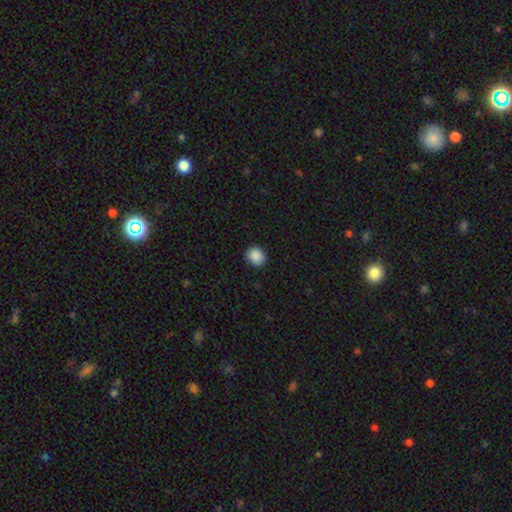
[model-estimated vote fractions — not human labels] The model was most divided on "how rounded": round: 72%, in between: 27%, cigar-shaped: 1%. More confident: smooth or featured — smooth (89%); merging — none (86%).